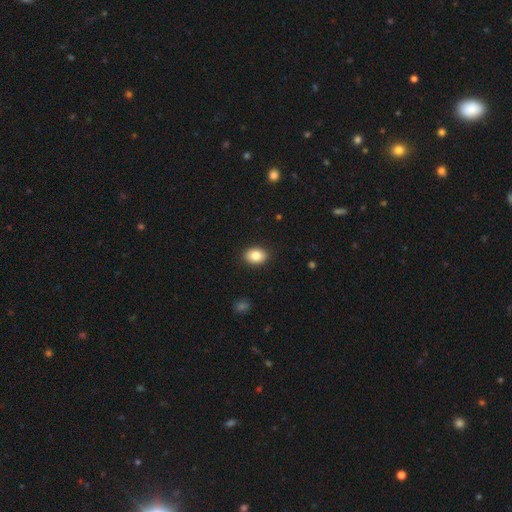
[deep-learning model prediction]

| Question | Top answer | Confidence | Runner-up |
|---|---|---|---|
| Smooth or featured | smooth | 84% | star or artifact (8%) |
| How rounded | in between | 70% | round (29%) |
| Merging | none | 90% | minor disturbance (7%) |